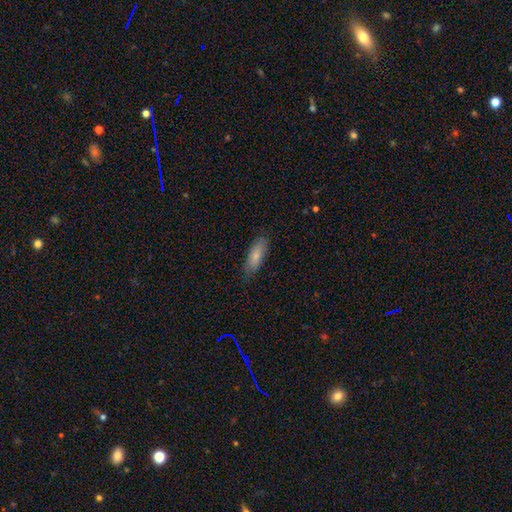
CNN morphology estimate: smooth_or_featured: smooth (p=0.79) [alt: featured or disk p=0.15]
how_rounded: in between (p=0.64) [alt: cigar-shaped p=0.34]
merging: none (p=0.77) [alt: minor disturbance p=0.19]